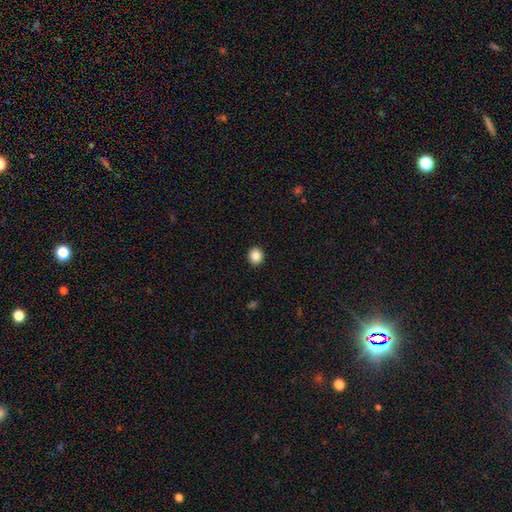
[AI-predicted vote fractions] A smooth galaxy with no disk features (86%) that is round (78%).

Vote fractions:
- Smooth or featured? smooth: 86% / star or artifact: 10% / featured or disk: 4%
- How rounded? round: 78% / in between: 21% / cigar-shaped: 1%
- Merging? none: 92% / minor disturbance: 5% / major disturbance: 2% / merger: 1%